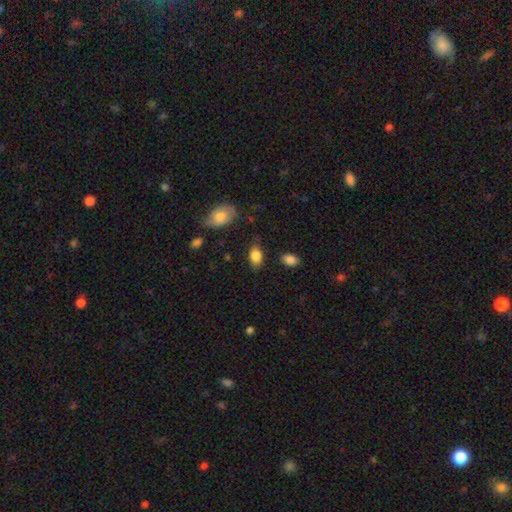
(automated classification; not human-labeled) This appears to be a smooth galaxy with no disk features (85%) that is in between round and cigar-shaped (89%). Merging: none (74%).